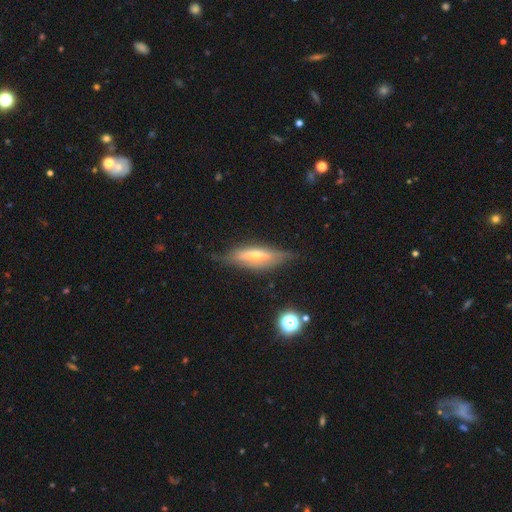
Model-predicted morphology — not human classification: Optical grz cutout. It shows a featured or disk galaxy (57%) viewed edge-on (75%). Merging: none (71%).